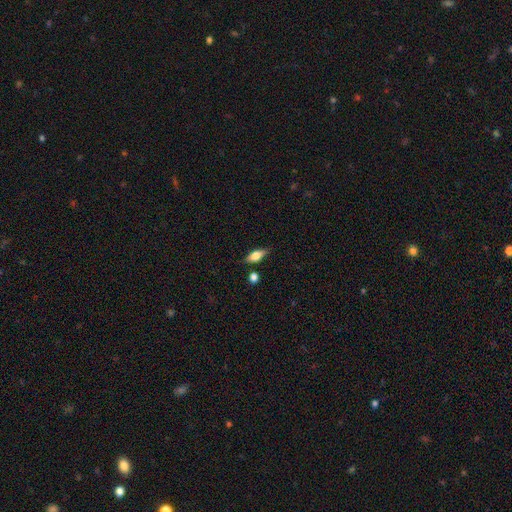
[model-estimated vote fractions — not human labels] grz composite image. It shows a smooth galaxy with no disk features (62%) that is in between round and cigar-shaped (73%). Merging: none (78%).